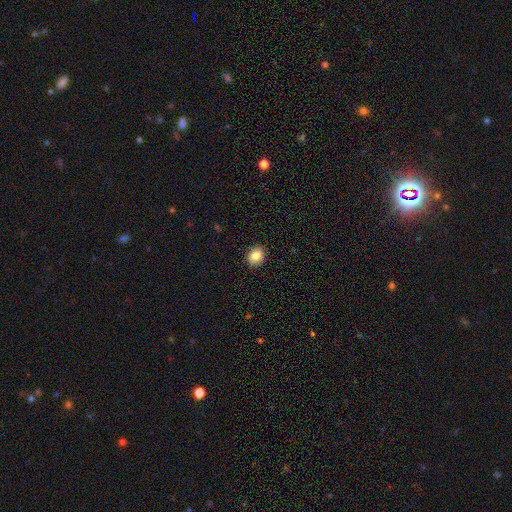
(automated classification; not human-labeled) This is clearly a smooth galaxy (83%). How rounded: likely round (61%). Merging: clearly none (91%).